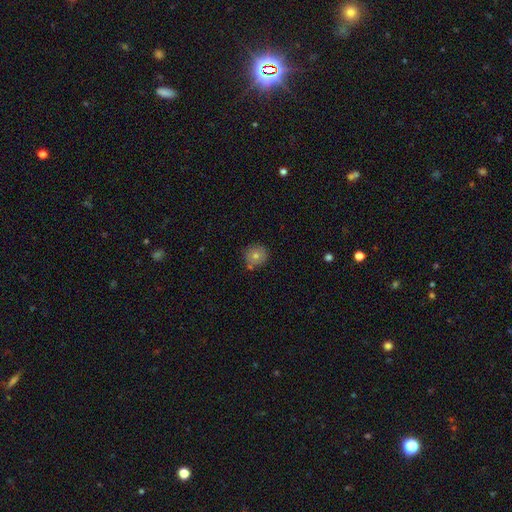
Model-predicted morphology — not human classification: type=smooth (72%); roundness=round (93%); merging=none (80%).